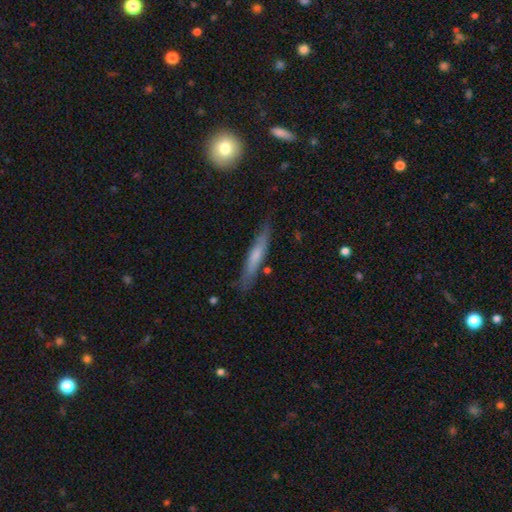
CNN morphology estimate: Smooth or featured?
  - smooth: 55% *
  - featured or disk: 39%
  - star or artifact: 6%
How rounded?
  - cigar-shaped: 92% *
  - in between: 6%
  - round: 1%
Merging?
  - none: 80% *
  - minor disturbance: 15%
  - major disturbance: 3%
  - merger: 2%